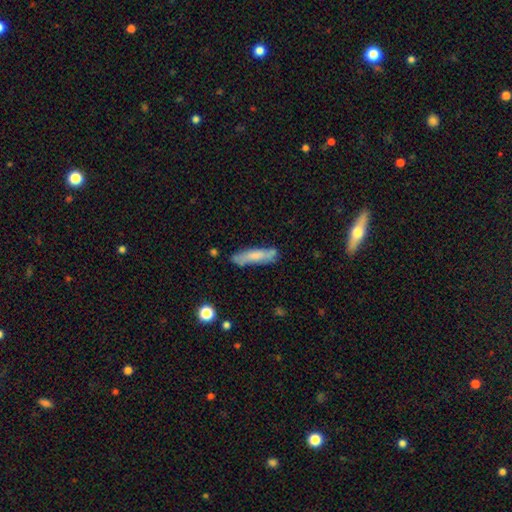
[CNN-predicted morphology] This appears to be a smooth galaxy with no disk features (61%) that is cigar-shaped (75%). Merging: none (70%).